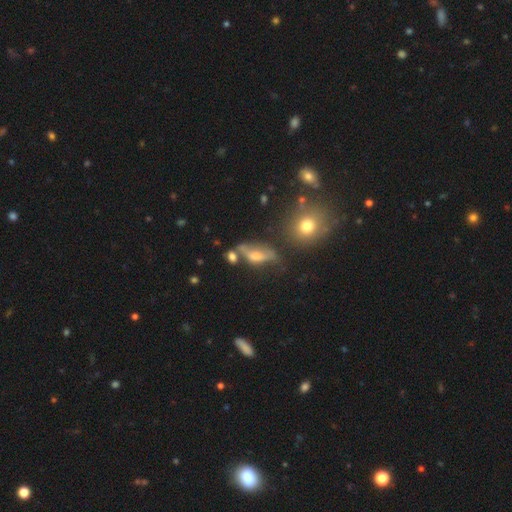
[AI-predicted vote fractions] Overall: featured or disk (58%; smooth 29%). Edge-on disk: yes (52%; no 48%). Merging: none (46%; minor disturbance 21%).